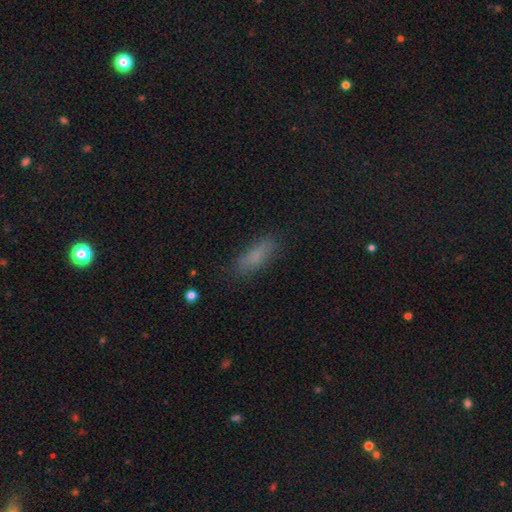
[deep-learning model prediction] Smooth or featured?
  - smooth: 79% *
  - star or artifact: 11%
  - featured or disk: 10%
How rounded?
  - in between: 61% *
  - cigar-shaped: 36%
  - round: 3%
Merging?
  - none: 78% *
  - minor disturbance: 15%
  - major disturbance: 5%
  - merger: 1%